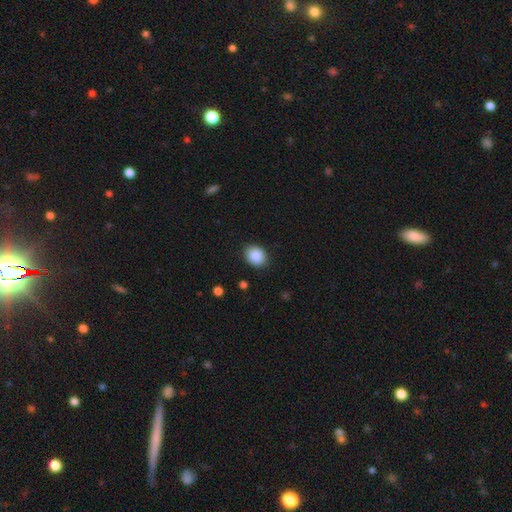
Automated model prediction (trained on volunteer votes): A smooth galaxy with no disk features (89%) that is round (53%). Merging: none (86%).